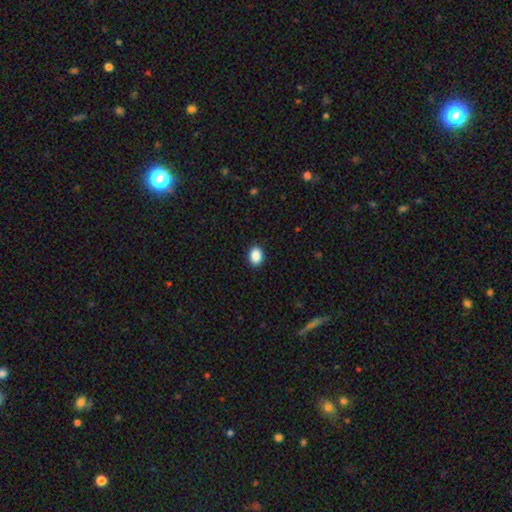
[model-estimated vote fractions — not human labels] This appears to be a smooth galaxy with no disk features (89%) that is in between round and cigar-shaped (78%). Merging: none (91%).